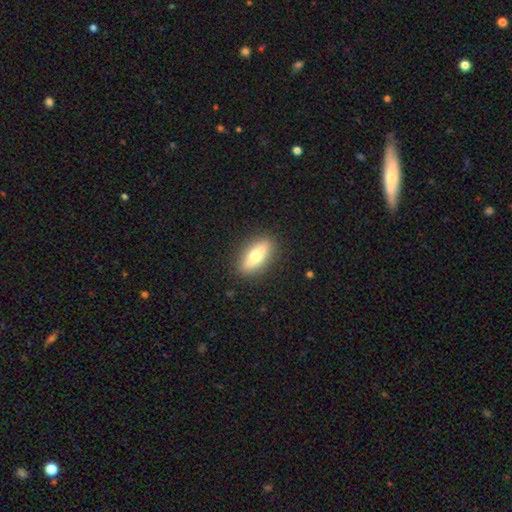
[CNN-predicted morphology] Smooth or featured? Predicted: smooth (p=0.65). How rounded? Predicted: in between (p=0.72). Merging? Predicted: none (p=0.88).